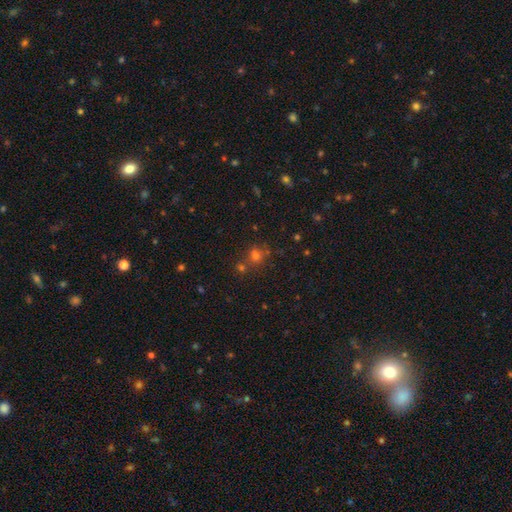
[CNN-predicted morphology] This is possibly a smooth galaxy (58%). How rounded: clearly round (83%). Merging: likely none (62%).